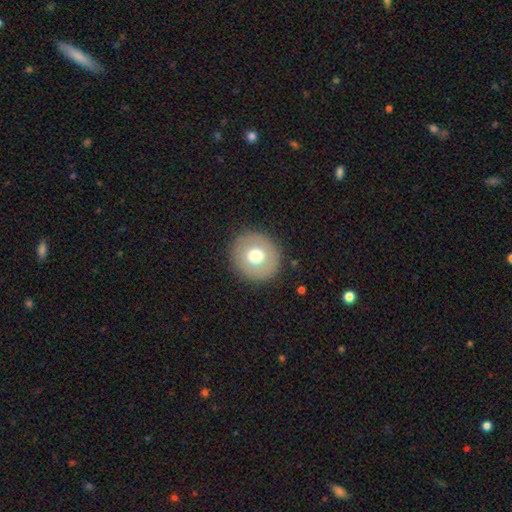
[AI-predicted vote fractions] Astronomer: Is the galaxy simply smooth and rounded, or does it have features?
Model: smooth — 66%.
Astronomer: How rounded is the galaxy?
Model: round — 89%.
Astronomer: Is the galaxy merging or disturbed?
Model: none — 90%.